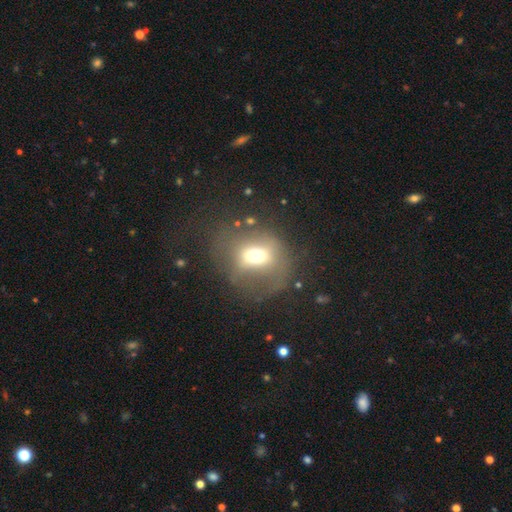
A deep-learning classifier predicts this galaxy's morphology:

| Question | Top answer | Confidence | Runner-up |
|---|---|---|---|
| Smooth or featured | smooth | 53% | featured or disk (32%) |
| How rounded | round | 64% | in between (34%) |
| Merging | none | 43% | major disturbance (32%) |